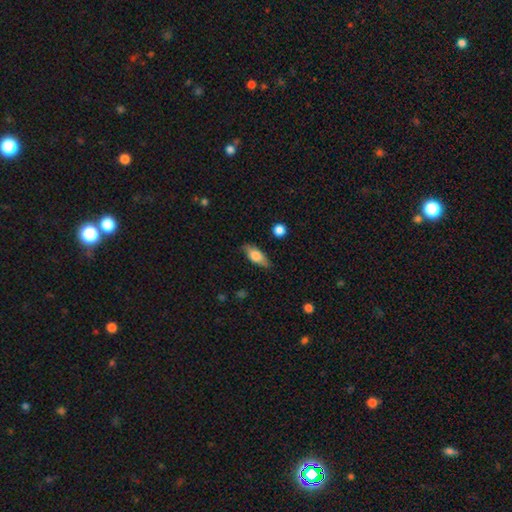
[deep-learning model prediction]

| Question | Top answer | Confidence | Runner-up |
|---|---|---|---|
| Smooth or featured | smooth | 70% | featured or disk (23%) |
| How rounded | in between | 76% | cigar-shaped (20%) |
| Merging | none | 81% | minor disturbance (15%) |